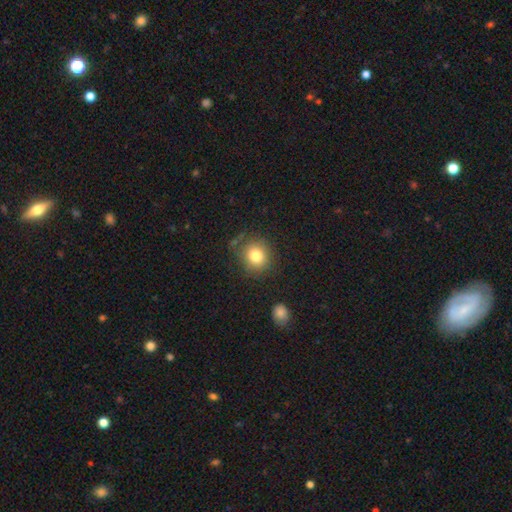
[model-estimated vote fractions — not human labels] Smooth or featured: smooth — 80% (star or artifact — 11%)
How rounded: round — 84% (in between — 15%)
Merging: none — 81% (minor disturbance — 11%)